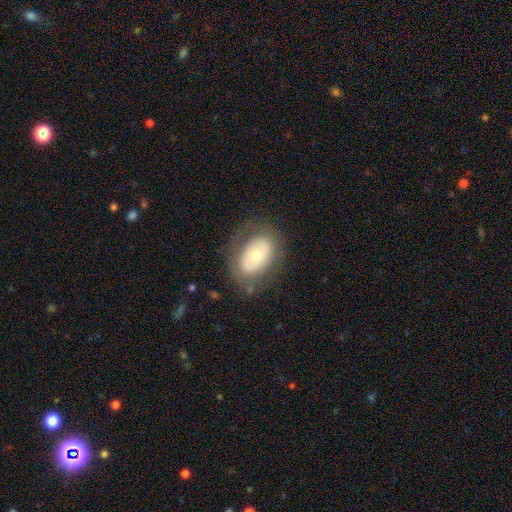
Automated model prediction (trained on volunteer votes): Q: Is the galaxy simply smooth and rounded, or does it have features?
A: smooth — 53%.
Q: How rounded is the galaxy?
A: in between — 83%.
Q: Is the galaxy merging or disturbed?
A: none — 73%.